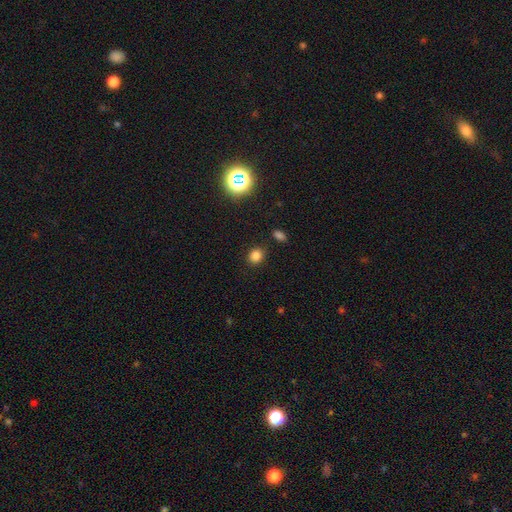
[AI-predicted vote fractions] A smooth galaxy with no disk features (81%) that is round (70%). Merging: none (86%).